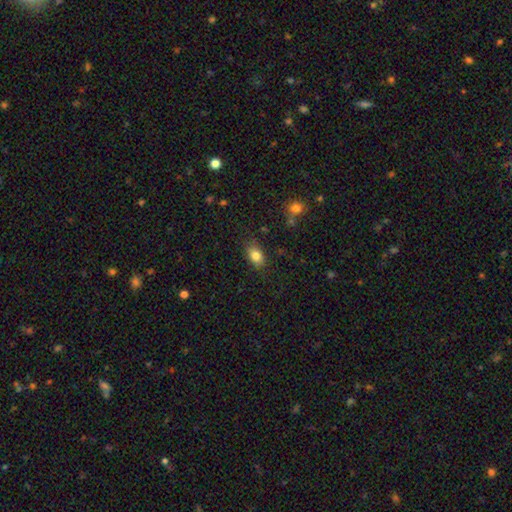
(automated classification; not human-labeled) Smooth or featured: smooth — 83% (star or artifact — 9%)
How rounded: in between — 80% (round — 18%)
Merging: none — 80% (minor disturbance — 15%)